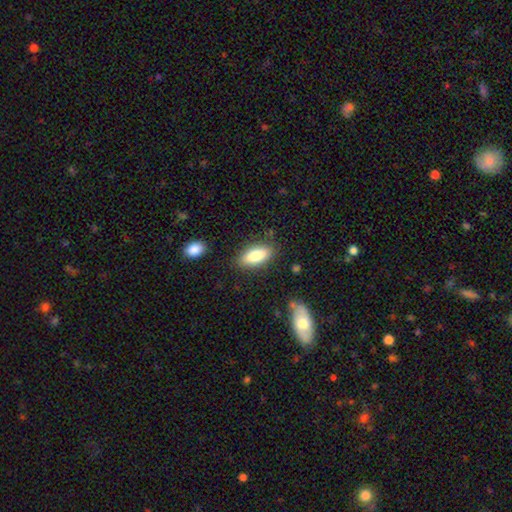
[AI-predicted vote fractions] Overall: smooth (83%). How rounded: in between (83%). Merging: none (82%).